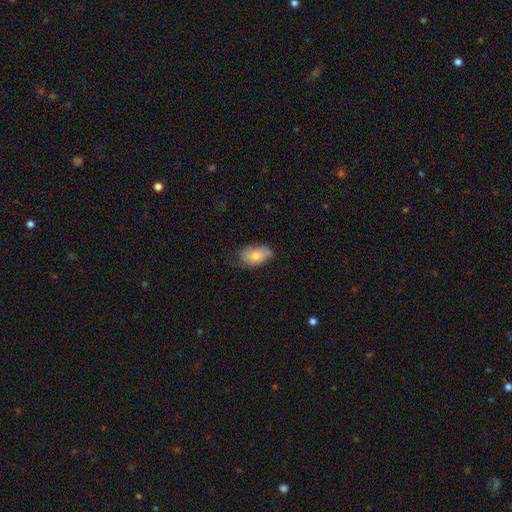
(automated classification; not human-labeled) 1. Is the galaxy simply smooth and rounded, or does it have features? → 63% smooth, 29% featured or disk, 8% star or artifact.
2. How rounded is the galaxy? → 88% in between, 10% round, 2% cigar-shaped.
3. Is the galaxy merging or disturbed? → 49% none, 35% minor disturbance, 12% major disturbance, 4% merger.